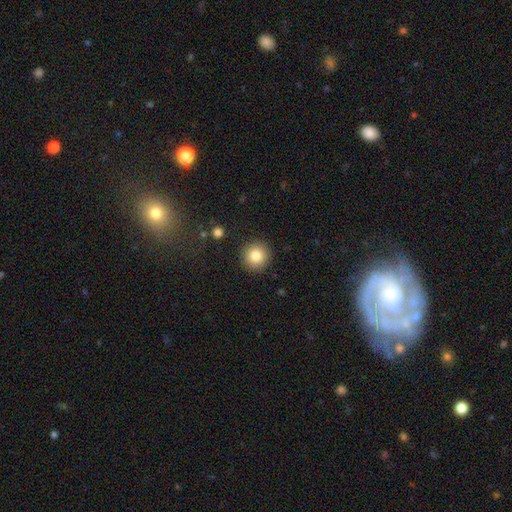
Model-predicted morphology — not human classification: The model was most divided on "smooth or featured": smooth: 83%, star or artifact: 10%, featured or disk: 7%. More confident: how rounded — round (94%); merging — none (91%).